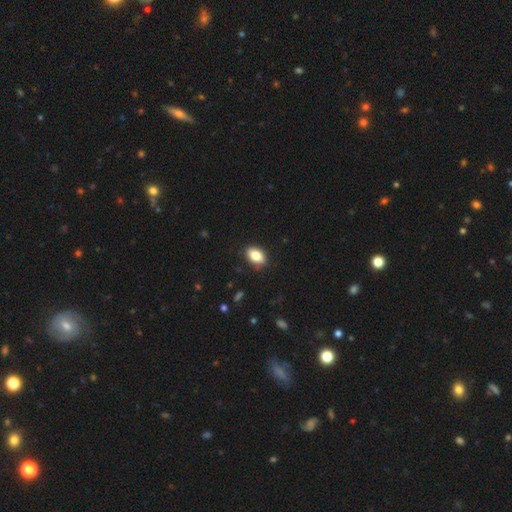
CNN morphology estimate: Smooth or featured? Predicted: smooth (p=0.83). How rounded? Predicted: in between (p=0.88). Merging? Predicted: none (p=0.86).